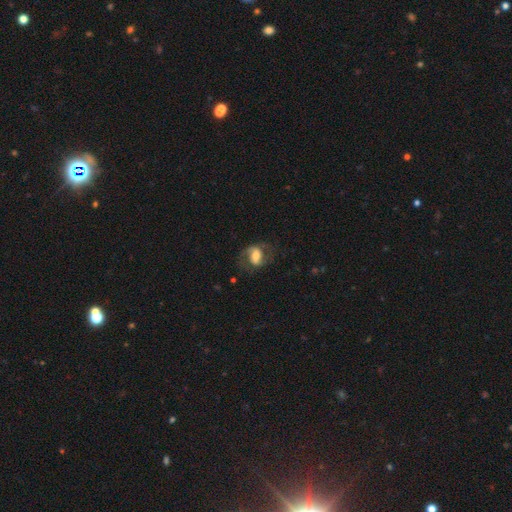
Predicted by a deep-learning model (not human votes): A featured or disk galaxy (56%) with a weak bar (39%), spiral arms (81%) and a moderate central bulge (55%). Merging: none (60%).